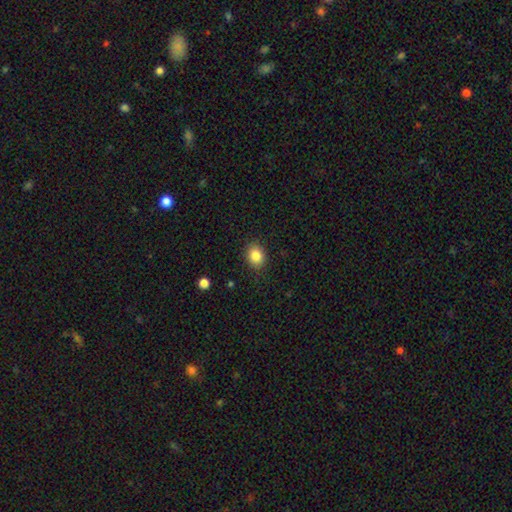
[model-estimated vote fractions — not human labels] Smooth or featured? Predicted: smooth (p=0.85). How rounded? Predicted: in between (p=0.52). Merging? Predicted: none (p=0.87).